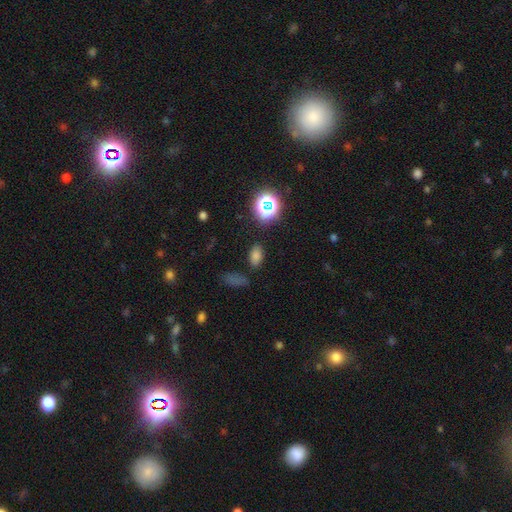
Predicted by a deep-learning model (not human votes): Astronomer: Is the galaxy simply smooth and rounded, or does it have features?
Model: smooth — 74%.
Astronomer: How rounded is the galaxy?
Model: in between — 88%.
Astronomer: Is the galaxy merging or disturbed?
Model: none — 82%.